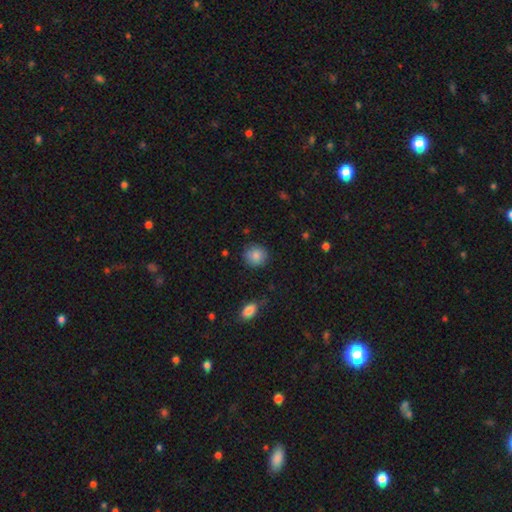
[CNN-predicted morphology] smooth_or_featured: smooth (p=0.86) [alt: star or artifact p=0.08]
how_rounded: round (p=0.88) [alt: in between p=0.11]
merging: none (p=0.86) [alt: minor disturbance p=0.10]